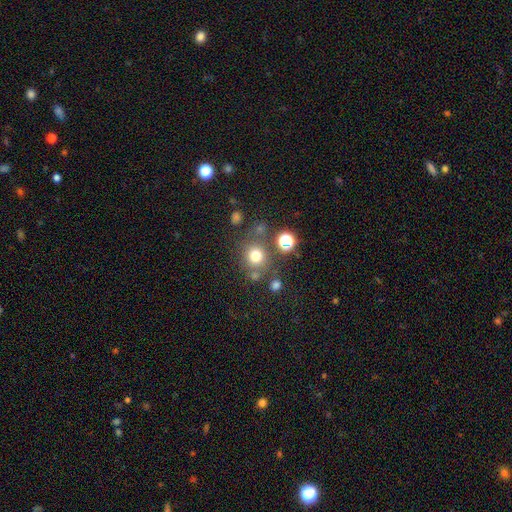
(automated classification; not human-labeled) The model was most divided on "smooth or featured": smooth: 73%, star or artifact: 18%, featured or disk: 9%. More confident: how rounded — round (87%); merging — none (72%).